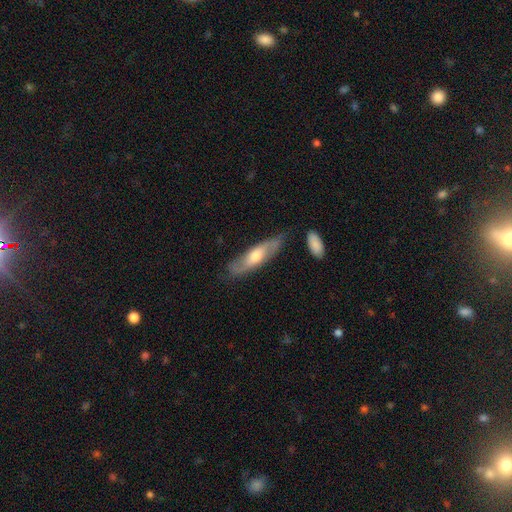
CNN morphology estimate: This appears to be a featured or disk galaxy (57%). Merging: none (73%).